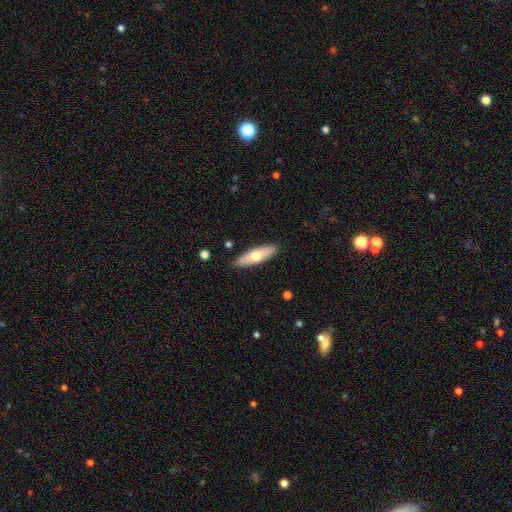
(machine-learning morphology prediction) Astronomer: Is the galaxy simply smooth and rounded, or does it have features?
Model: smooth — 62%.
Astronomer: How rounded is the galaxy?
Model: cigar-shaped — 53% (runner-up: in between, 45%).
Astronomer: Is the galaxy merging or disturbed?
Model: none — 88%.